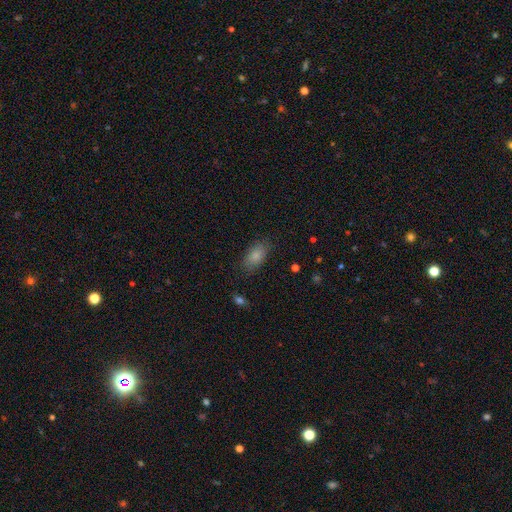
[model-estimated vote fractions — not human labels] This appears to be a smooth galaxy with no disk features (84%) that is in between round and cigar-shaped (91%). Merging: none (81%).